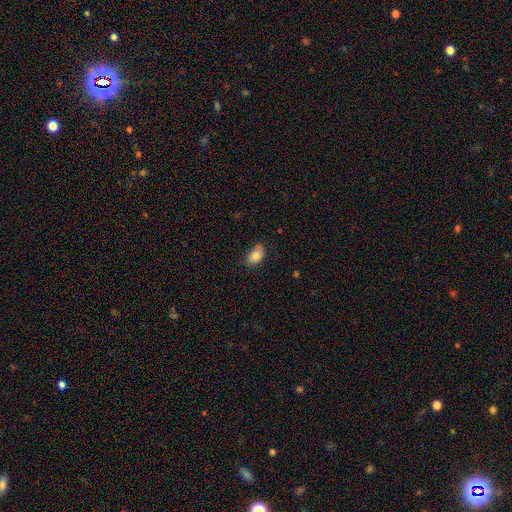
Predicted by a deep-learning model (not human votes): smooth 86%, star or artifact 8%, featured or disk 6%. Down the decision tree: how rounded — in between (87%); merging — none (70%).